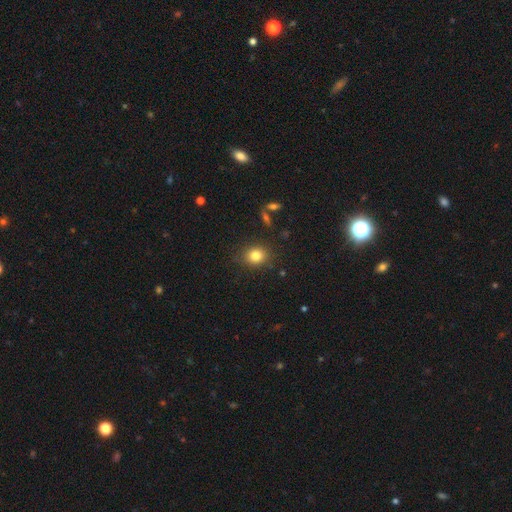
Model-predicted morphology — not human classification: Smooth or featured? Predicted: smooth (p=0.82). How rounded? Predicted: round (p=0.67). Merging? Predicted: none (p=0.84).